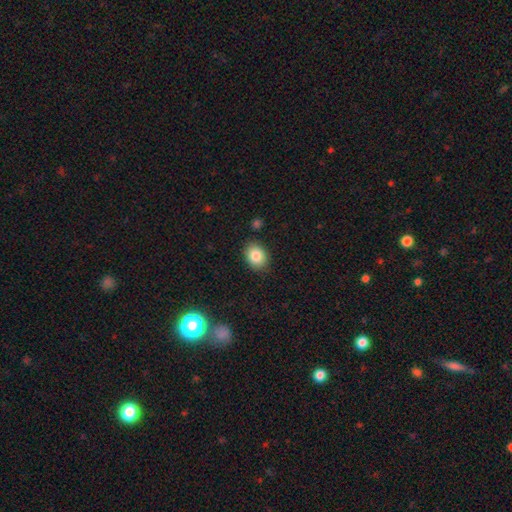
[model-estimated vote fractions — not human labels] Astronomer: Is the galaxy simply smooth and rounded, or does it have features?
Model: smooth — 85%.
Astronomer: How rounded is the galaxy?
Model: in between — 53% (runner-up: round, 46%).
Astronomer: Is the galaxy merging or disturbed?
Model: none — 87%.